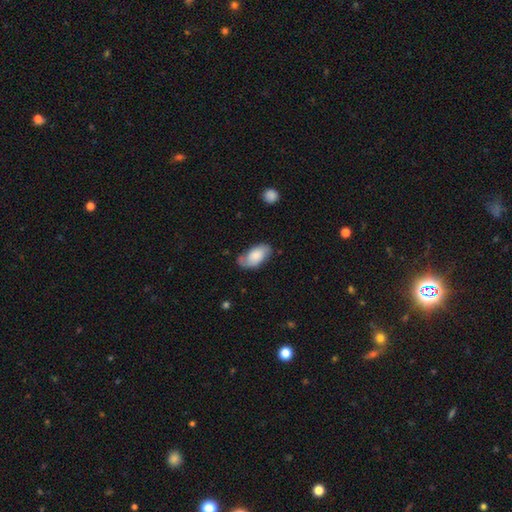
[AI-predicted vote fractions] Smooth or featured?
  - smooth: 67% *
  - featured or disk: 27%
  - star or artifact: 6%
How rounded?
  - in between: 94% *
  - round: 3%
  - cigar-shaped: 3%
Merging?
  - none: 63% *
  - minor disturbance: 26%
  - major disturbance: 8%
  - merger: 3%